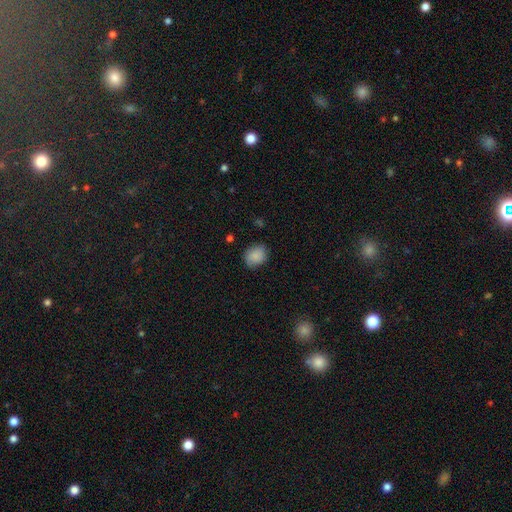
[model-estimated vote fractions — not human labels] smooth 86%, star or artifact 8%, featured or disk 6%. Down the decision tree: how rounded — round (59%); merging — none (78%).